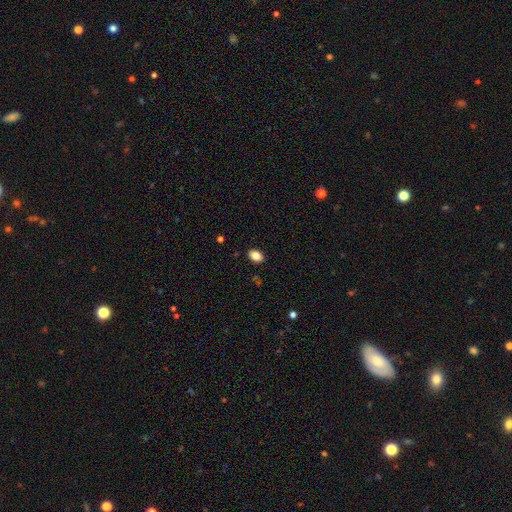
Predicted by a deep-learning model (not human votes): Smooth or featured?
  - smooth: 85% *
  - star or artifact: 9%
  - featured or disk: 6%
How rounded?
  - in between: 82% *
  - round: 17%
  - cigar-shaped: 1%
Merging?
  - none: 88% *
  - minor disturbance: 9%
  - major disturbance: 2%
  - merger: 1%